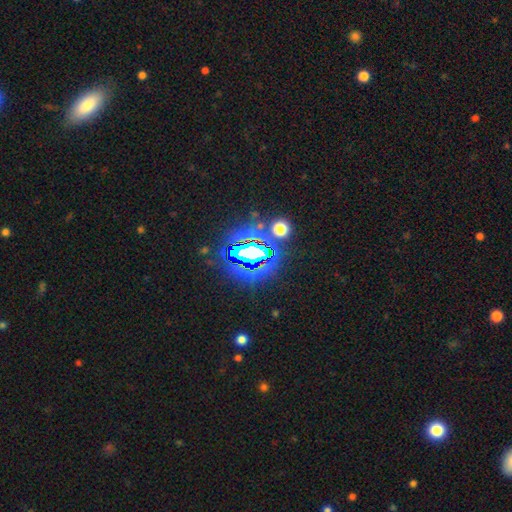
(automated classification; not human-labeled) smooth_or_featured: star or artifact (p=0.77) [alt: smooth p=0.12]